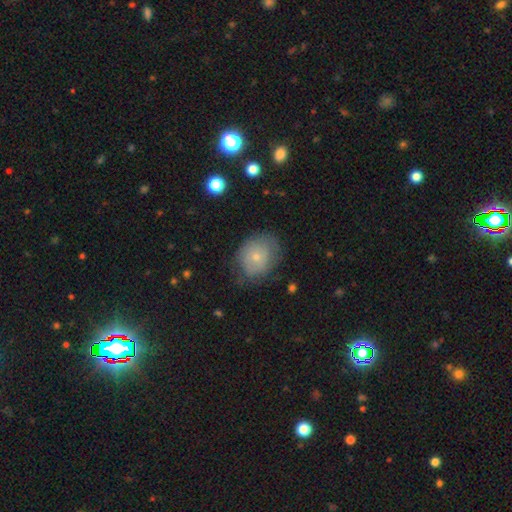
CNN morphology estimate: type=smooth (63%); roundness=round (59%); merging=none (64%).